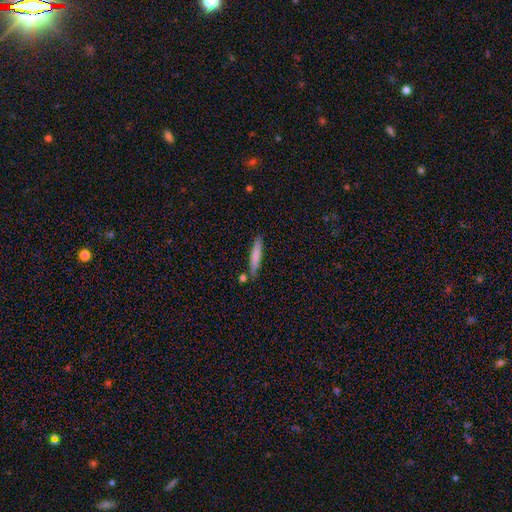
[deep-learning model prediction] Smooth or featured? smooth (74%)
How rounded? cigar-shaped (92%)
Merging? none (80%)